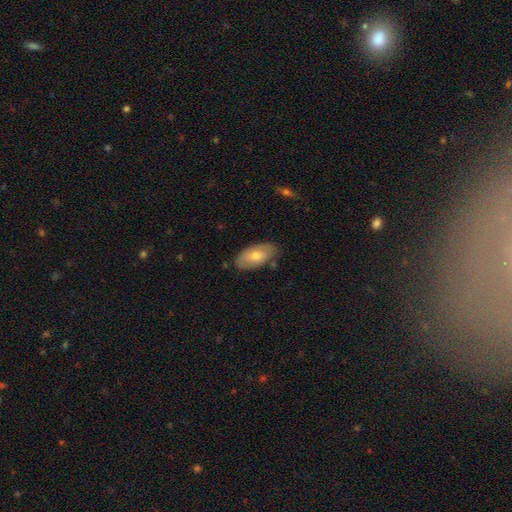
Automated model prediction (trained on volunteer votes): Morphology: type=smooth (64%); roundness=in between (92%); merging=none (78%).